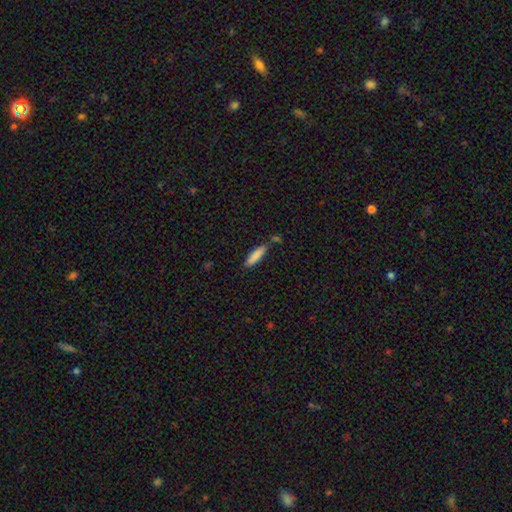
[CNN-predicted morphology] smooth-or-featured: smooth: 84% | featured or disk: 9% | star or artifact: 6%
  how-rounded: cigar-shaped: 76% | in between: 22% | round: 1%
  merging: none: 75% | minor disturbance: 13% | merger: 8% | major disturbance: 3%